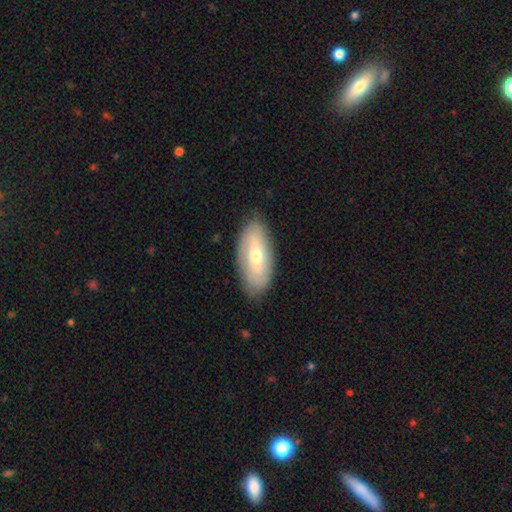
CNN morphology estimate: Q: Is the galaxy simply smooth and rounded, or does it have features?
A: smooth — 49%.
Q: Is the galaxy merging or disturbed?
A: none — 84%.